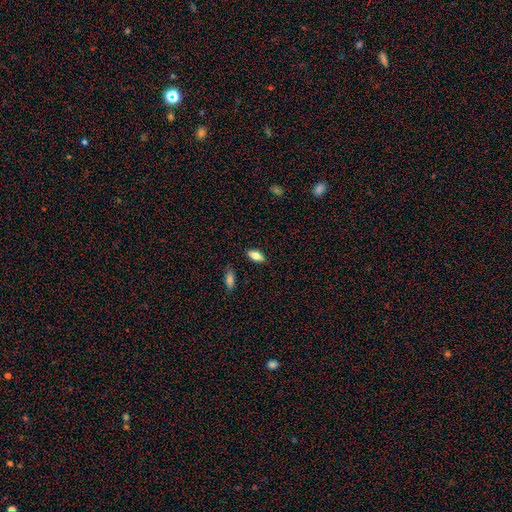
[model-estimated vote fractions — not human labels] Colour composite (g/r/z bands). It shows a smooth galaxy with no disk features (77%) that is in between round and cigar-shaped (82%). Merging: none (84%).